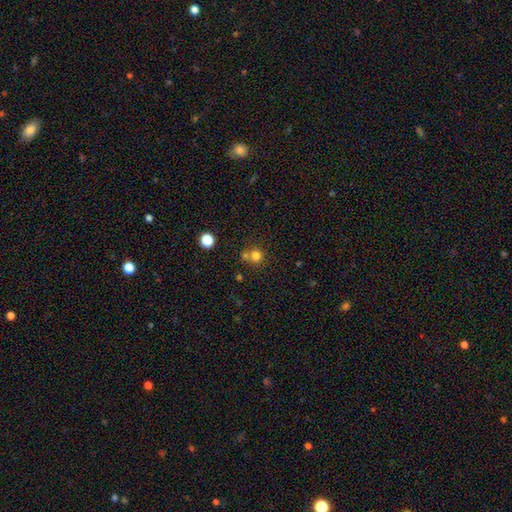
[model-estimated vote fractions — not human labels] A smooth galaxy with no disk features (77%) that is round (91%).

Vote fractions:
- Smooth or featured? smooth: 77% / star or artifact: 15% / featured or disk: 8%
- How rounded? round: 91% / in between: 8% / cigar-shaped: 1%
- Merging? none: 59% / merger: 31% / minor disturbance: 7% / major disturbance: 3%